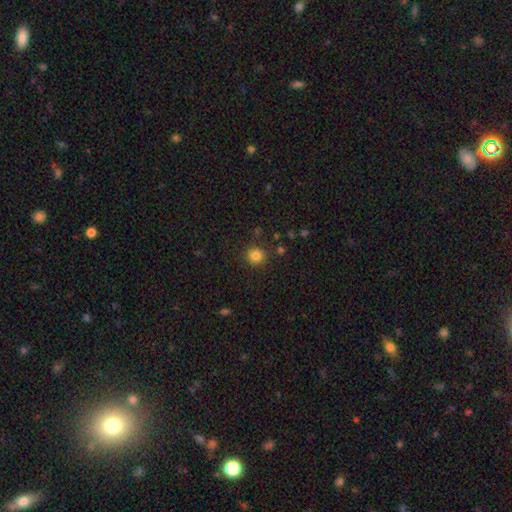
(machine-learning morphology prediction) Q: Smooth or featured?
A: smooth (82%); runner-up: star or artifact (13%)
Q: How rounded?
A: round (91%); runner-up: in between (8%)
Q: Merging?
A: none (87%); runner-up: minor disturbance (8%)